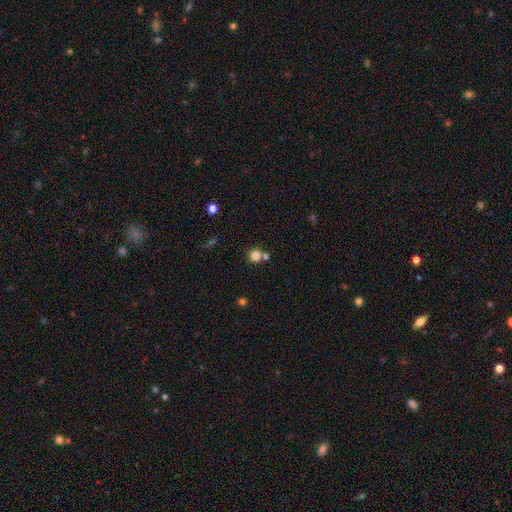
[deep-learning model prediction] Morphology: type=smooth (80%); roundness=round (90%); merging=none (67%).